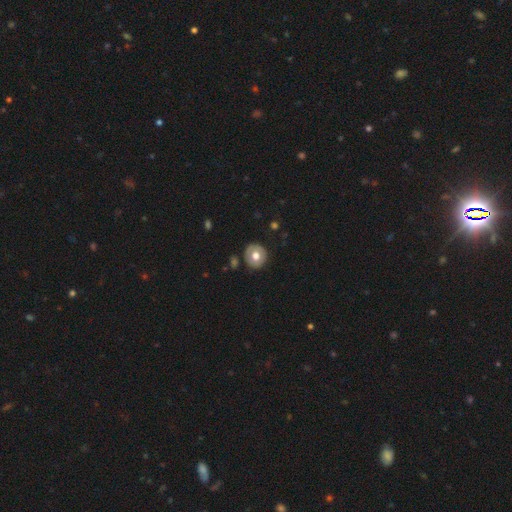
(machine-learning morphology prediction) smooth-or-featured: smooth: 63% | featured or disk: 30% | star or artifact: 7%
  how-rounded: round: 89% | in between: 10% | cigar-shaped: 1%
  merging: none: 85% | minor disturbance: 10% | major disturbance: 3% | merger: 2%